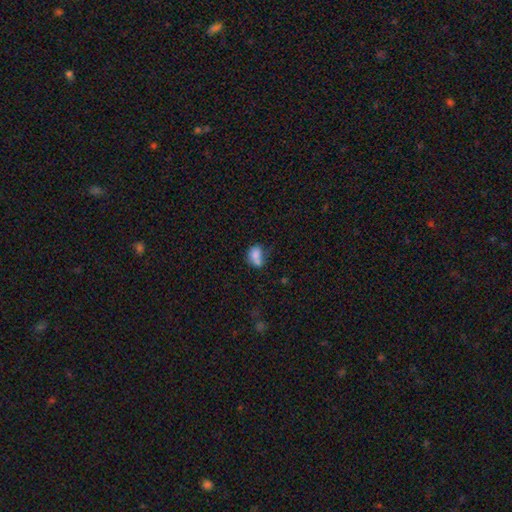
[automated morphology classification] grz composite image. It shows a smooth galaxy with no disk features (74%) that is in between round and cigar-shaped (70%). Merging: none (32%).